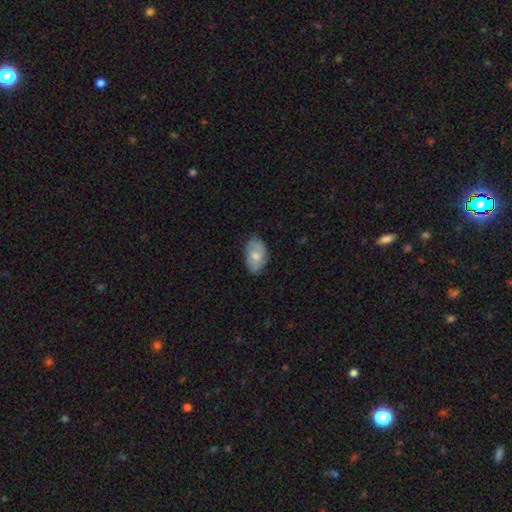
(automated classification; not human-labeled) This is likely a smooth galaxy (67%). How rounded: clearly in between (91%). Merging: likely none (75%).